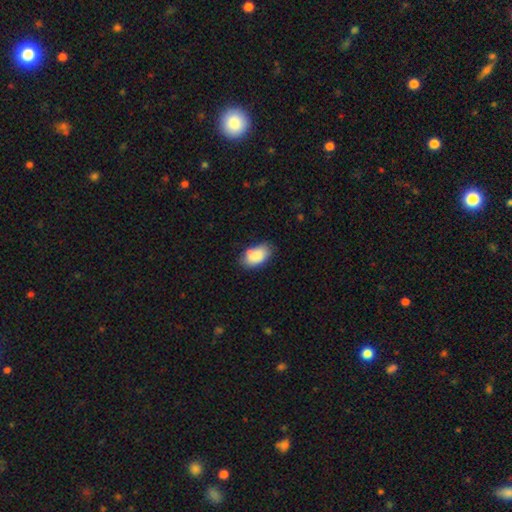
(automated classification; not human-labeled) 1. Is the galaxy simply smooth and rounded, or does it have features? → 85% smooth, 8% featured or disk, 7% star or artifact.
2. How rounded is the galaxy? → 93% in between, 6% round, 1% cigar-shaped.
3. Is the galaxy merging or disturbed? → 70% none, 21% minor disturbance, 5% merger, 4% major disturbance.